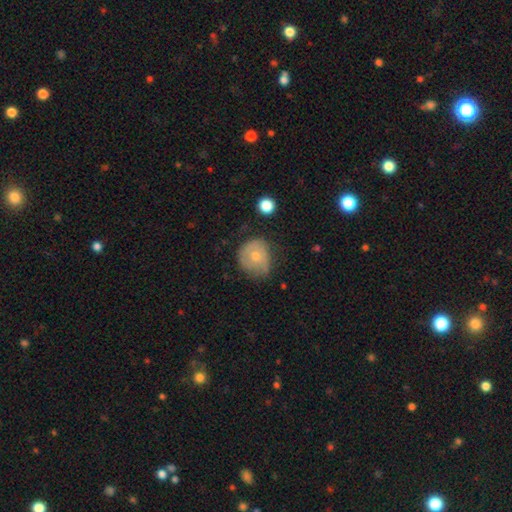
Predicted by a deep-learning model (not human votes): Smooth or featured: smooth — 60% (featured or disk — 32%)
How rounded: round — 76% (in between — 23%)
Merging: none — 45% (minor disturbance — 39%)